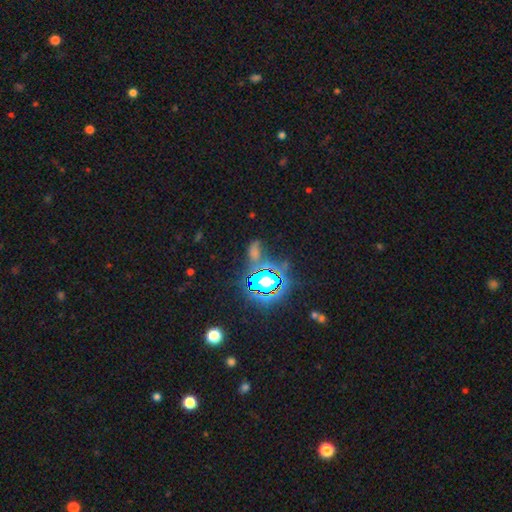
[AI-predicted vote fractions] Smooth or featured?
  - star or artifact: 62% *
  - smooth: 25%
  - featured or disk: 12%